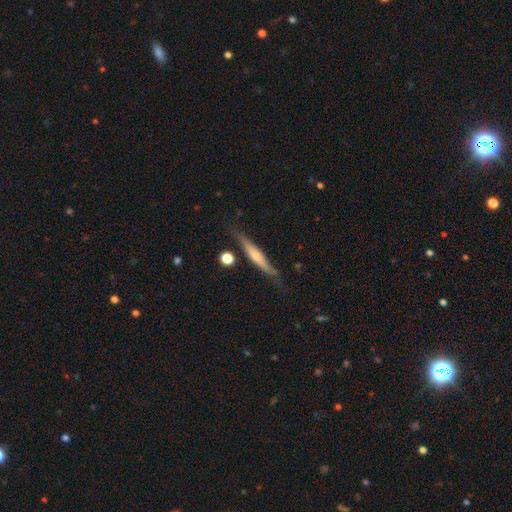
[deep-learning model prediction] A featured or disk galaxy (51%) viewed edge-on (90%).

Vote fractions:
- Smooth or featured? featured or disk: 51% / smooth: 43% / star or artifact: 6%
- Edge-on disk? yes: 90% / no: 10%
- Merging? none: 73% / minor disturbance: 19% / major disturbance: 5% / merger: 3%